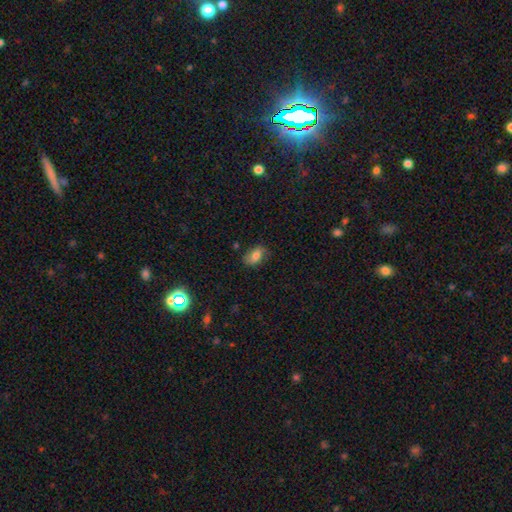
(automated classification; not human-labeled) Morphology: type=smooth (69%); roundness=in between (86%); merging=none (75%).